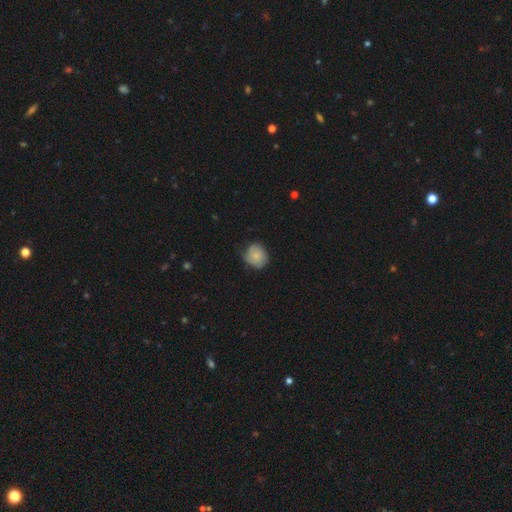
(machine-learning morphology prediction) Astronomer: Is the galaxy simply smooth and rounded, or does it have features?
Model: smooth — 72%.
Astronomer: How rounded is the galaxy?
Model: round — 77%.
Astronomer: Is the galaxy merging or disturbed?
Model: none — 64%.